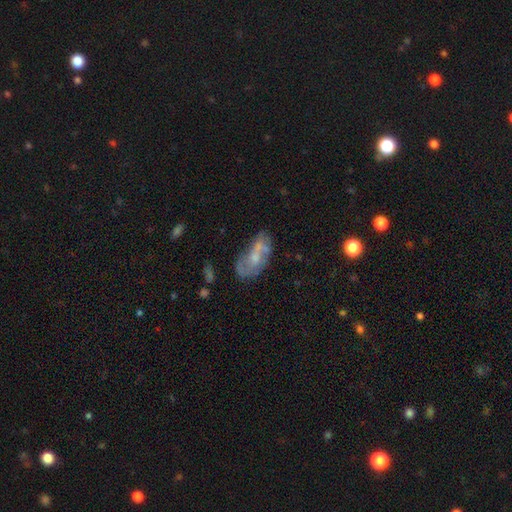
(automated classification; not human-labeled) This is likely a featured or disk galaxy (61%). It is clearly not viewed edge-on (93%). Bar: likely no (69%). Spiral arm pattern: possibly yes (58%). Central bulge: marginally moderate (41%). Merging: possibly none (50%).